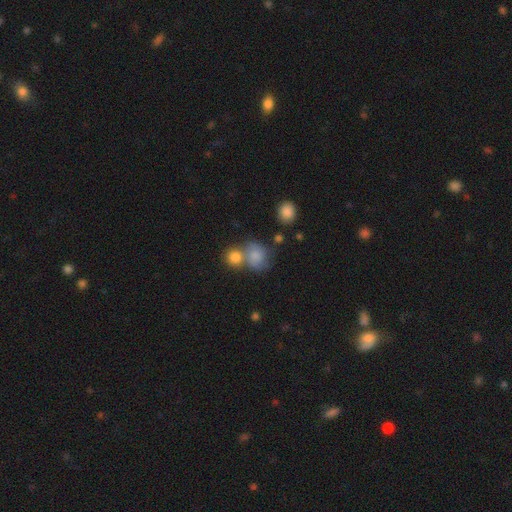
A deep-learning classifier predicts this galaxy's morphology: smooth 75%, featured or disk 15%, star or artifact 10%. Down the decision tree: how rounded — round (69%); merging — merger (42%).